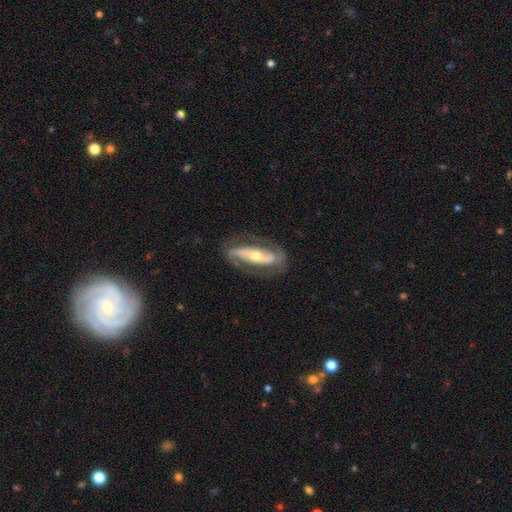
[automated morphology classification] This is clearly a featured or disk galaxy (81%). It is clearly not viewed edge-on (86%). Bar: possibly strong (51%). Spiral arm pattern: clearly yes (84%). Spiral arm count: clearly 2 (86%). Spiral winding: marginally medium (42%). Central bulge: possibly moderate (50%). Merging: likely none (77%).